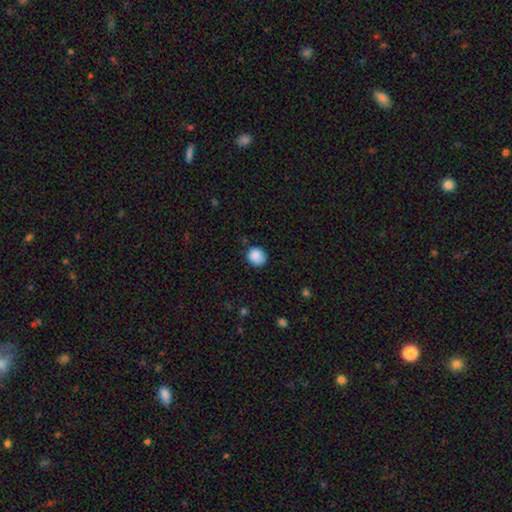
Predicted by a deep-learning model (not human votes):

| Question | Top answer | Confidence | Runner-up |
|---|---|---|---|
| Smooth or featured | smooth | 87% | star or artifact (9%) |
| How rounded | round | 78% | in between (22%) |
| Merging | none | 77% | minor disturbance (18%) |